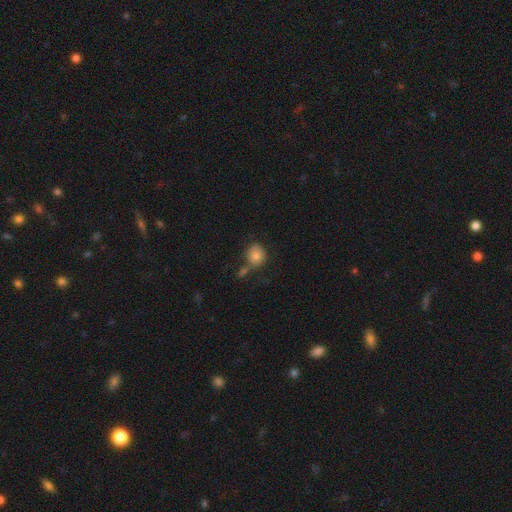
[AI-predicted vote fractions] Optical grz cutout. It shows a smooth galaxy with no disk features (82%) that is round (73%). Merging: none (53%).